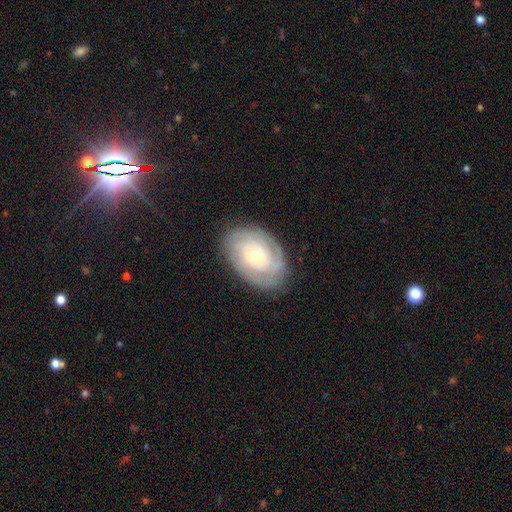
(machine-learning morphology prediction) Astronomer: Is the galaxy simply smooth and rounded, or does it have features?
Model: featured or disk — 74%.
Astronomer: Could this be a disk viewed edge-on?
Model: no — 96%.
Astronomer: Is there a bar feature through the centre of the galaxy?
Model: no — 79%.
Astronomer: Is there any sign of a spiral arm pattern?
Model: yes — 89%.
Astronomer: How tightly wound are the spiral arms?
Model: tight — 73%.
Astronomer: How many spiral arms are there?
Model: can't tell — 43% (runner-up: 2, 20%).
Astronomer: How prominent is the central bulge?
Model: small — 56% (runner-up: moderate, 40%).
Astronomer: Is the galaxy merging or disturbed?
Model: none — 79%.